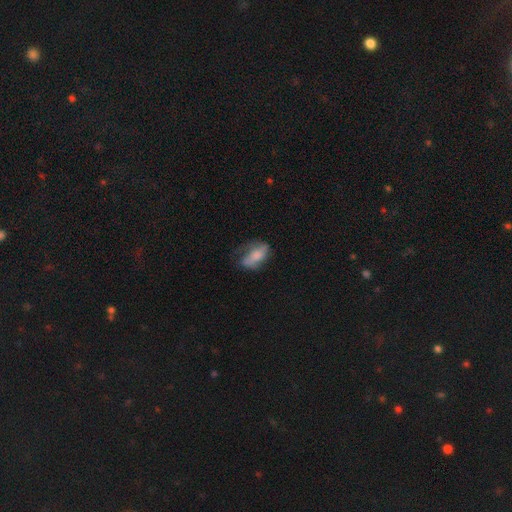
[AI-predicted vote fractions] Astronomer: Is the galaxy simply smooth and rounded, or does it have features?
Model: smooth — 57% (runner-up: featured or disk, 35%).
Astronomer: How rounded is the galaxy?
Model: in between — 84%.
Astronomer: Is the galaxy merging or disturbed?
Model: none — 43% (runner-up: minor disturbance, 29%).